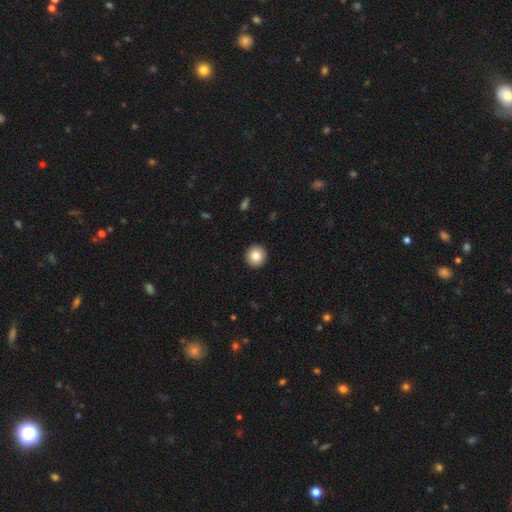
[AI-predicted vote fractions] Morphology: type=smooth (84%); roundness=round (93%); merging=none (93%).